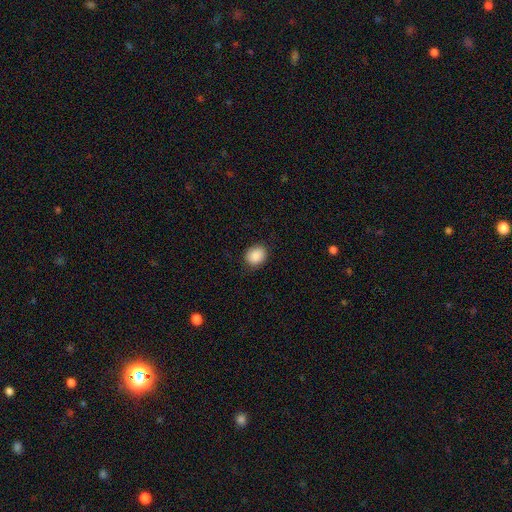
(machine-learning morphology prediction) This is clearly a smooth galaxy (88%). How rounded: likely round (63%). Merging: clearly none (86%).